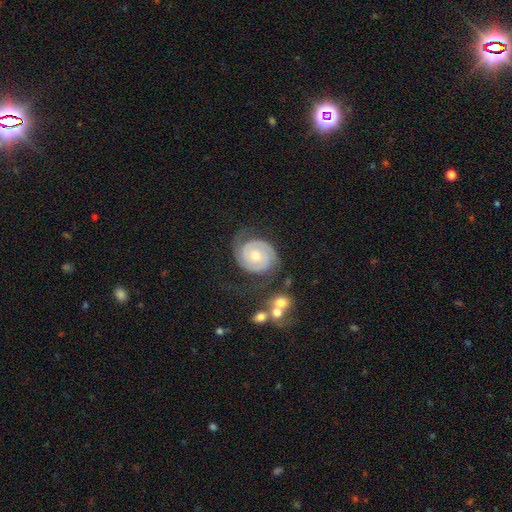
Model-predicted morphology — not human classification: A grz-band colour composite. It shows a featured or disk galaxy (84%) with no bar (70%), 2 (81%) tight (61%) spiral arms (96%) and a moderate central bulge (54%). Merging: none (67%).